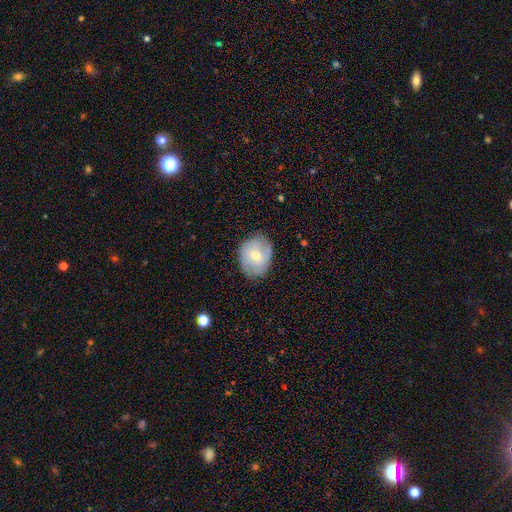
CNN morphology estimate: smooth 56%, featured or disk 36%, star or artifact 8%. Down the decision tree: how rounded — round (53%); merging — none (74%).